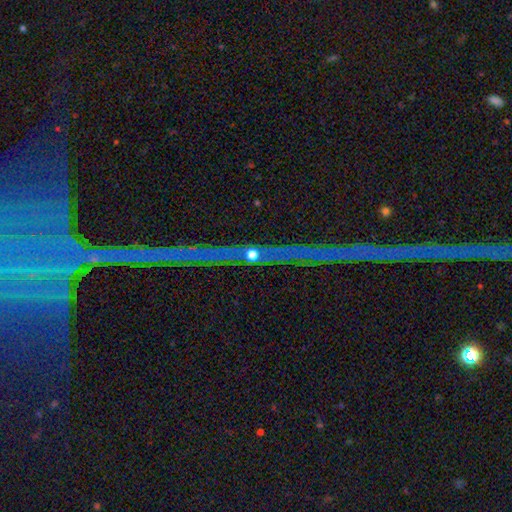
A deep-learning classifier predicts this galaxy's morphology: Smooth or featured? Predicted: star or artifact (p=0.81).